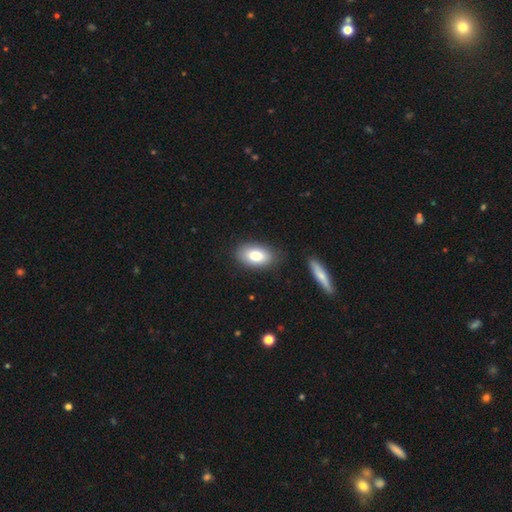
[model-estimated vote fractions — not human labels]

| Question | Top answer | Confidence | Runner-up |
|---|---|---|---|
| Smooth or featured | smooth | 80% | featured or disk (12%) |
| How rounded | in between | 91% | round (7%) |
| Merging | none | 83% | minor disturbance (11%) |